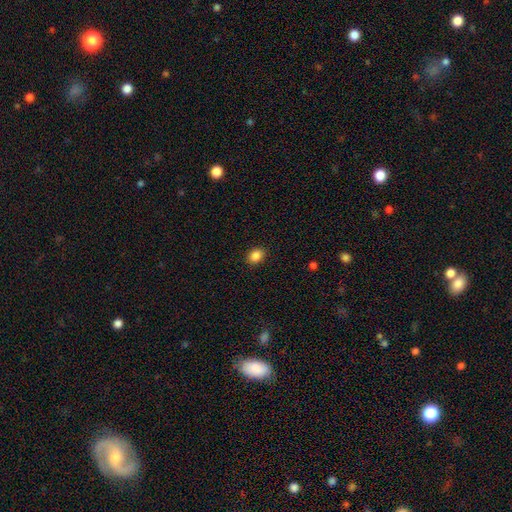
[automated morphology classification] Smooth or featured: smooth — 87% (star or artifact — 10%)
How rounded: in between — 57% (round — 42%)
Merging: none — 90% (minor disturbance — 7%)